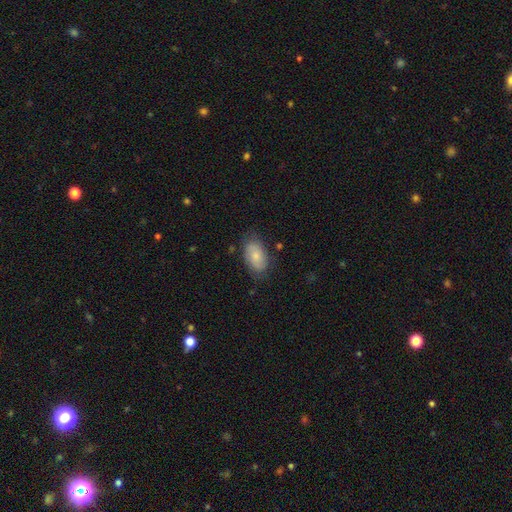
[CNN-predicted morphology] Overall: smooth (70%). How rounded: in between (92%). Merging: none (73%).